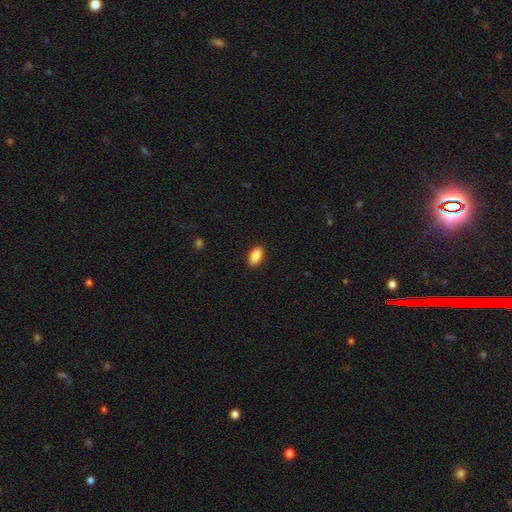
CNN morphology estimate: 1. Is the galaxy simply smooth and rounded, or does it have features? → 88% smooth, 7% star or artifact, 5% featured or disk.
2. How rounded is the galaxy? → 92% in between, 5% round, 4% cigar-shaped.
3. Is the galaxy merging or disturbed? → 89% none, 8% minor disturbance, 2% major disturbance, 1% merger.